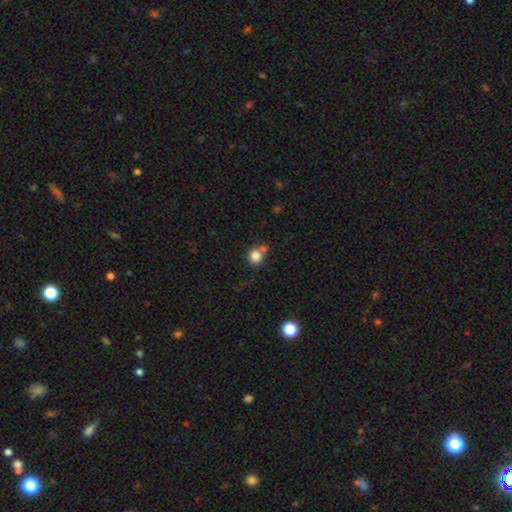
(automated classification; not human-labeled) smooth 83%, star or artifact 11%, featured or disk 6%. Down the decision tree: how rounded — round (85%); merging — none (57%).